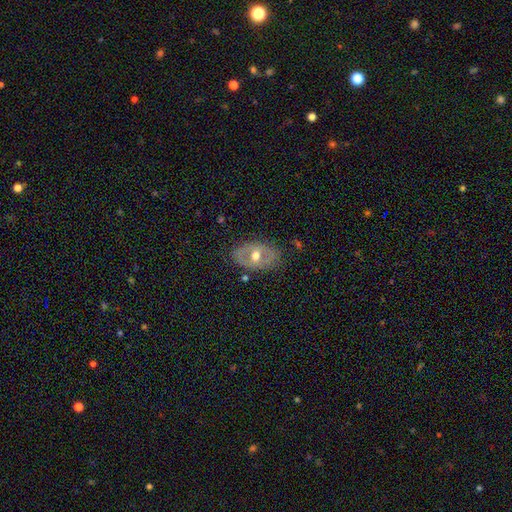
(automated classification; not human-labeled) Smooth or featured? Predicted: featured or disk (p=0.56). Edge-on disk? Predicted: no (p=0.90). Merging? Predicted: none (p=0.76).